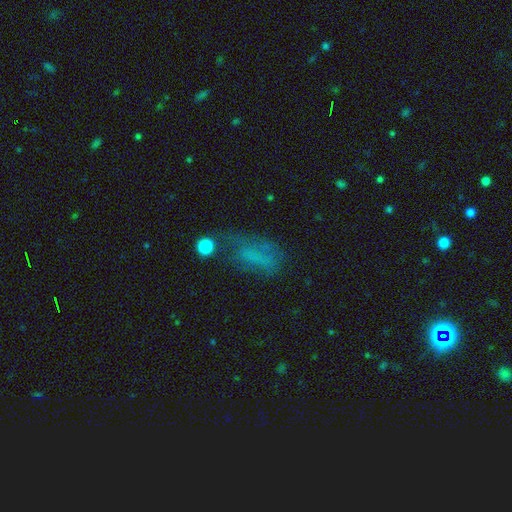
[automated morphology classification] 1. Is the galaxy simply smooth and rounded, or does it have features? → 54% smooth, 25% featured or disk, 21% star or artifact.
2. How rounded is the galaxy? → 77% in between, 14% cigar-shaped, 8% round.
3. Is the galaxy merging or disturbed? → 39% none, 31% major disturbance, 25% minor disturbance, 6% merger.